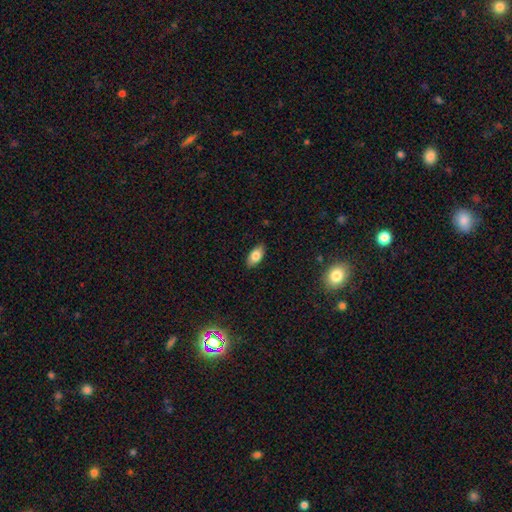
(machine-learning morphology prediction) A smooth galaxy with no disk features (81%) that is in between round and cigar-shaped (91%).

Vote fractions:
- Smooth or featured? smooth: 81% / featured or disk: 12% / star or artifact: 8%
- How rounded? in between: 91% / cigar-shaped: 6% / round: 3%
- Merging? none: 88% / minor disturbance: 9% / major disturbance: 2% / merger: 1%